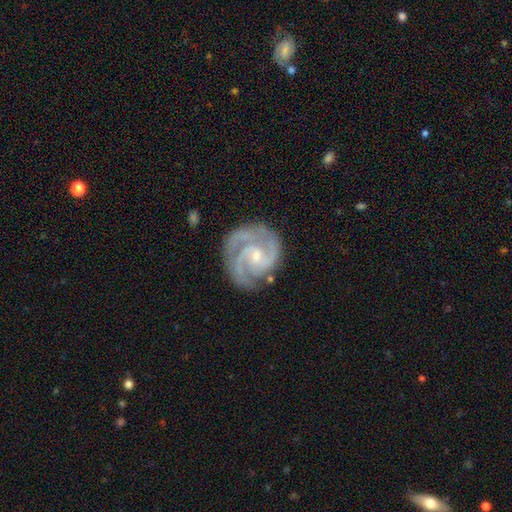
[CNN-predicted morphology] This appears to be a featured or disk galaxy (92%) with no bar (50%), 2 (43%) tight (54%) spiral arms (98%) and a small central bulge (66%). Merging: none (75%).